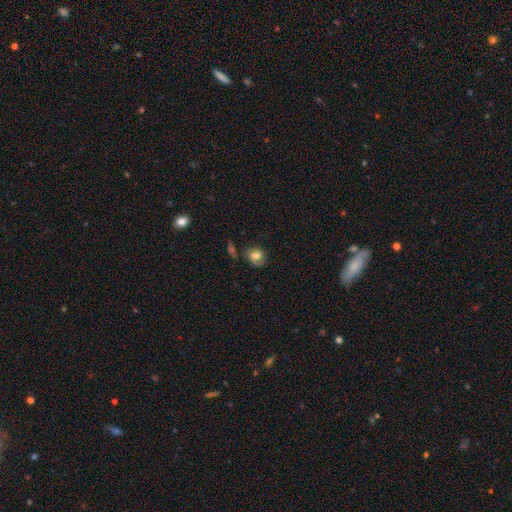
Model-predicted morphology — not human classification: This is likely a smooth galaxy (69%). How rounded: possibly in between (49%, tied with round). Merging: possibly none (58%).